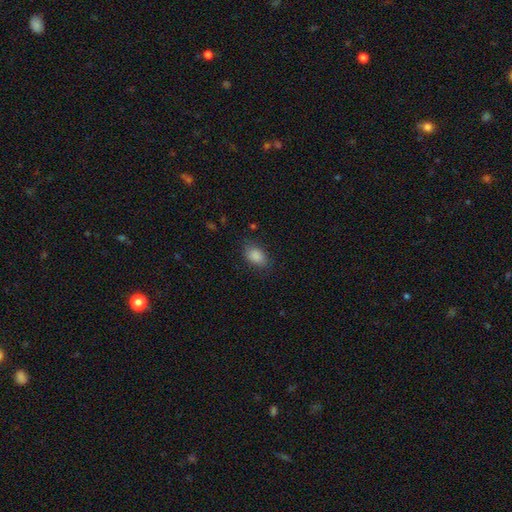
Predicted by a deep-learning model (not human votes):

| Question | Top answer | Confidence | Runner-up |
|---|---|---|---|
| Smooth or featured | smooth | 87% | star or artifact (8%) |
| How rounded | in between | 86% | round (12%) |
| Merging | none | 77% | minor disturbance (17%) |